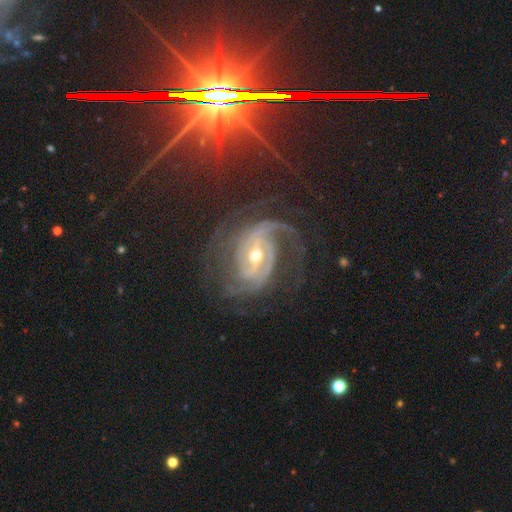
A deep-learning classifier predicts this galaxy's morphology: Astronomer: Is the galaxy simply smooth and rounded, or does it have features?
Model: featured or disk — 91%.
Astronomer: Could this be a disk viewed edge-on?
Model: no — 98%.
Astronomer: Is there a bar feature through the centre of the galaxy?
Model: weak — 41% (runner-up: strong, 40%).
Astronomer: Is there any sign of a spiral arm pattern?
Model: yes — 98%.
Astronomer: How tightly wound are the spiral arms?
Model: medium — 45% (runner-up: tight, 38%).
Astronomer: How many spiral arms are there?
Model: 2 — 35% (runner-up: 3, 25%).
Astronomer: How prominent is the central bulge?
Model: moderate — 59% (runner-up: small, 36%).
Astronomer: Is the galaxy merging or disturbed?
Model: none — 66%.